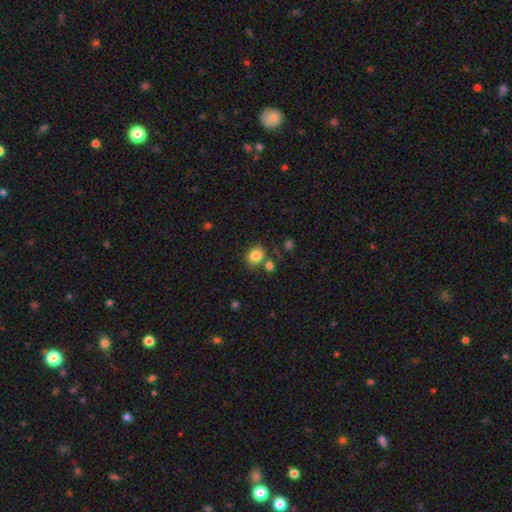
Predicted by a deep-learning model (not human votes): This appears to be a smooth galaxy with no disk features (84%) that is round (53%). Merging: none (68%).